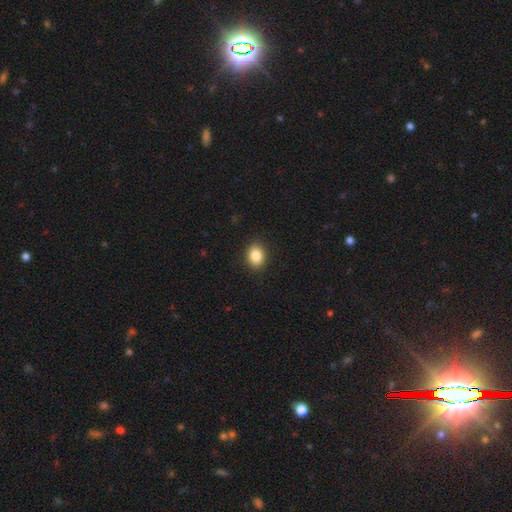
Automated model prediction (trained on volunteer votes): Morphology: type=smooth (86%); roundness=in between (59%); merging=none (90%).